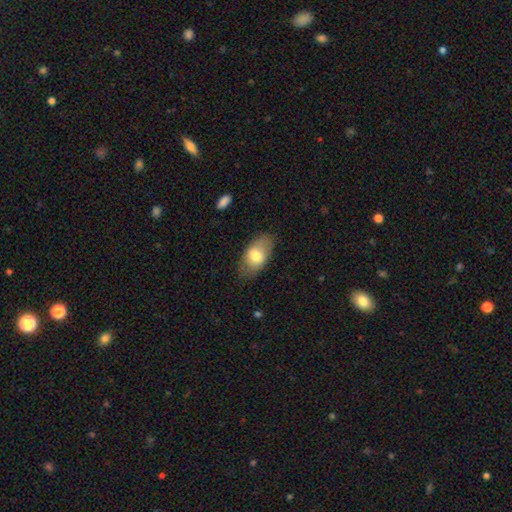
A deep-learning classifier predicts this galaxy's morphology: type=smooth (73%); roundness=in between (90%); merging=none (76%).